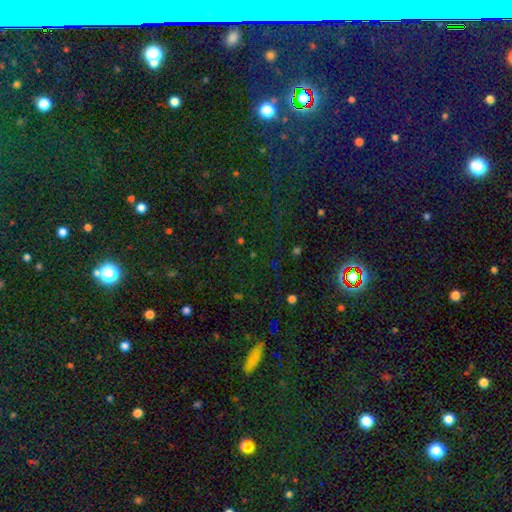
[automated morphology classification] smooth_or_featured: star or artifact (p=0.73) [alt: smooth p=0.18]